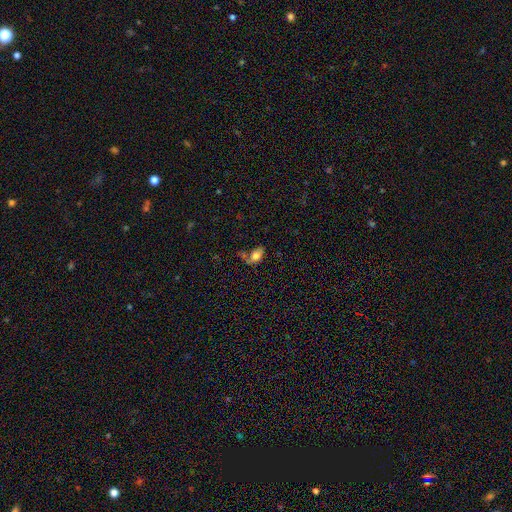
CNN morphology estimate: The model was most divided on "merging": none: 37%, minor disturbance: 23%, merger: 20%, major disturbance: 20%. More confident: how rounded — in between (86%); smooth or featured — smooth (74%).